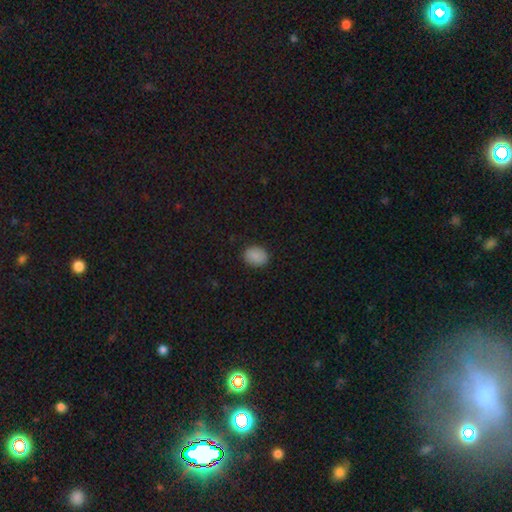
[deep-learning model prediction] smooth_or_featured: smooth (p=0.88) [alt: star or artifact p=0.08]
how_rounded: in between (p=0.57) [alt: round p=0.42]
merging: none (p=0.87) [alt: minor disturbance p=0.09]